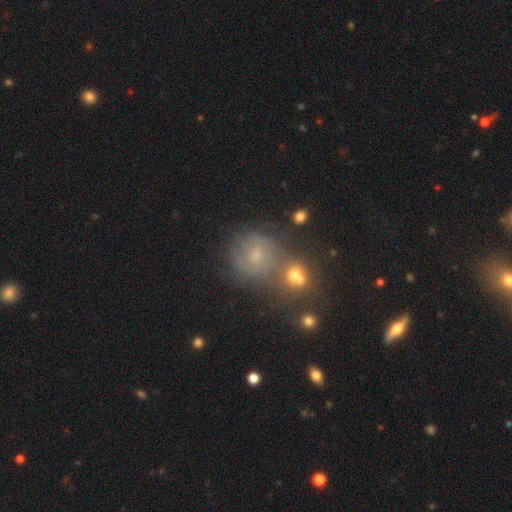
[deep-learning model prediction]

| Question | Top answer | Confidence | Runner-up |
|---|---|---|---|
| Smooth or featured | featured or disk | 44% | smooth (38%) |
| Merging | none | 51% | merger (20%) |